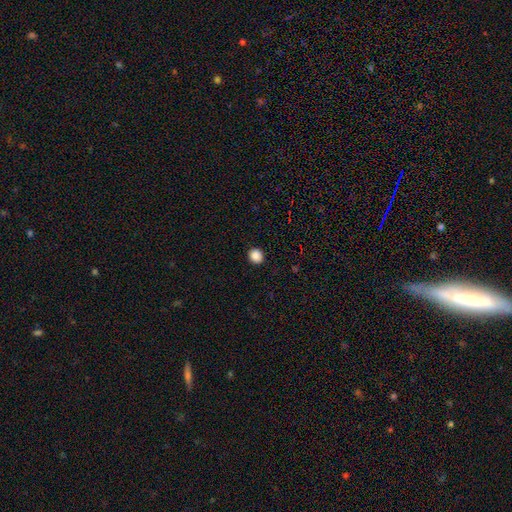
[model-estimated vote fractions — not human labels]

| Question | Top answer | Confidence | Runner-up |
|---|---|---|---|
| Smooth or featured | smooth | 88% | star or artifact (9%) |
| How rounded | round | 87% | in between (12%) |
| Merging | none | 93% | minor disturbance (5%) |